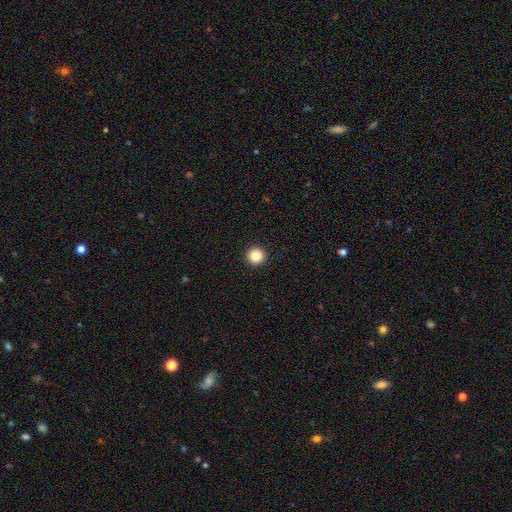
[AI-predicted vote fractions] A smooth galaxy with no disk features (85%) that is round (96%). Merging: none (94%).